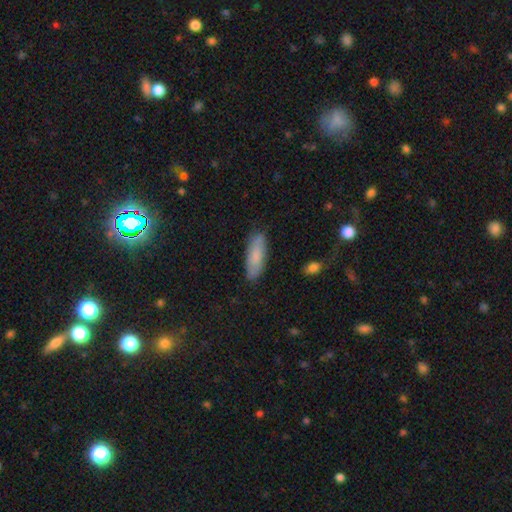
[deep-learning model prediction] Smooth or featured: smooth — 79% (featured or disk — 15%)
How rounded: in between — 59% (cigar-shaped — 39%)
Merging: none — 83% (minor disturbance — 13%)